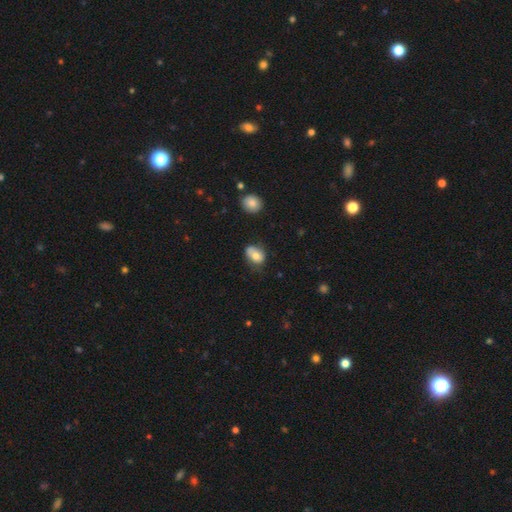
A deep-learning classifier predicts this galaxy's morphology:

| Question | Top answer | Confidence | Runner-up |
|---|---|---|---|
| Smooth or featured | smooth | 73% | featured or disk (19%) |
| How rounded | in between | 69% | round (30%) |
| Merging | none | 47% | minor disturbance (33%) |